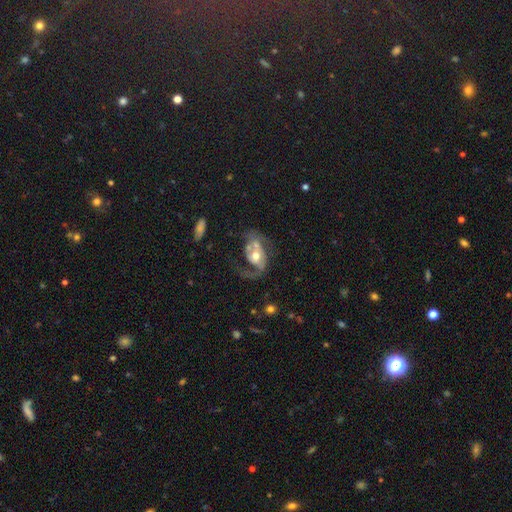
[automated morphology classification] This is likely a featured or disk galaxy (77%). It is clearly not viewed edge-on (96%). Bar: possibly no (57%). Spiral arm pattern: clearly yes (82%). Spiral arm count: likely 2 (62%). Spiral winding: possibly loose (49%). Central bulge: likely moderate (69%). Merging: marginally major disturbance (36%).